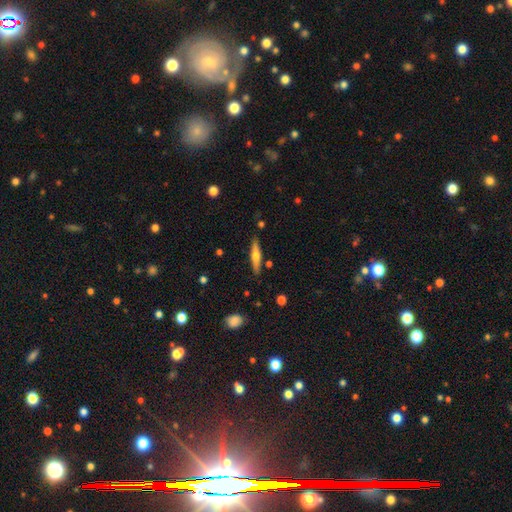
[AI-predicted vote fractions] Smooth or featured? Predicted: featured or disk (p=0.50). Edge-on disk? Predicted: yes (p=0.94). Merging? Predicted: none (p=0.87).